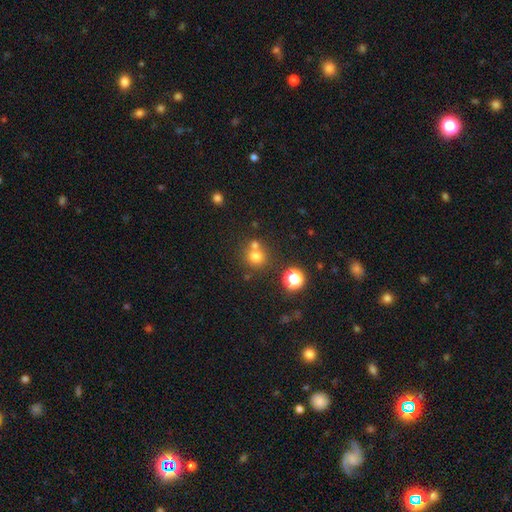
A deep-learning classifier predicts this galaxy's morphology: A smooth galaxy with no disk features (72%) that is round (89%). Merging: none (61%).